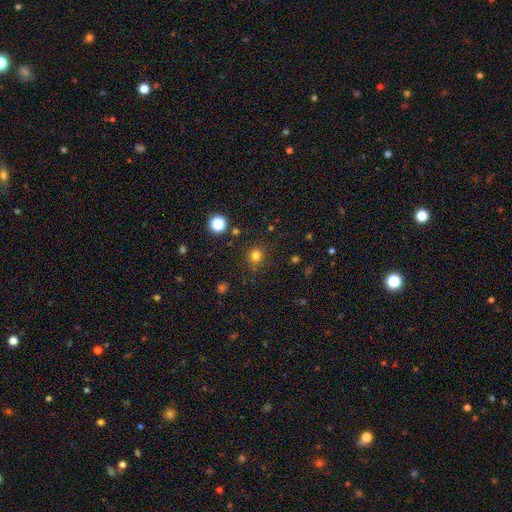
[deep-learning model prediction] A smooth galaxy with no disk features (78%) that is round (84%). Merging: none (84%).